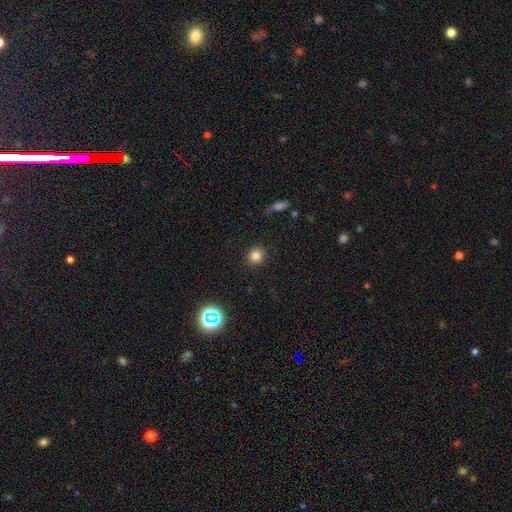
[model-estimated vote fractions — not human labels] A smooth galaxy with no disk features (81%) that is round (85%).

Vote fractions:
- Smooth or featured? smooth: 81% / star or artifact: 13% / featured or disk: 6%
- How rounded? round: 85% / in between: 14% / cigar-shaped: 1%
- Merging? none: 90% / minor disturbance: 7% / major disturbance: 2% / merger: 1%